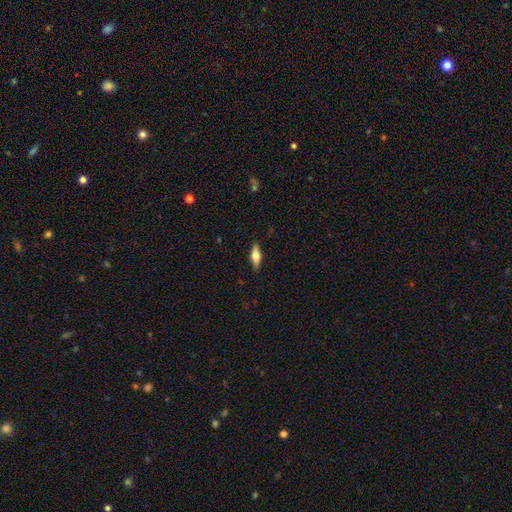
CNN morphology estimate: Smooth or featured? smooth (48%)
Merging? none (88%)